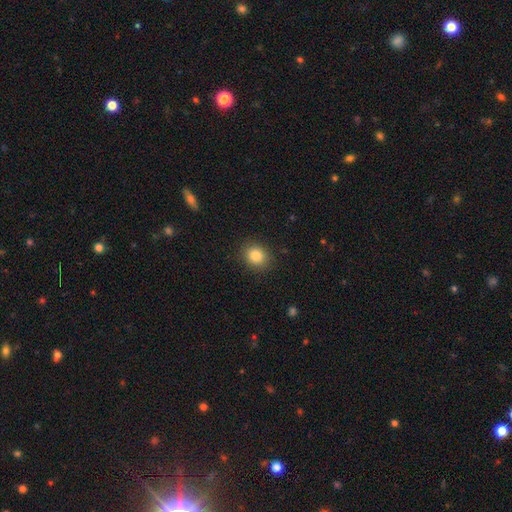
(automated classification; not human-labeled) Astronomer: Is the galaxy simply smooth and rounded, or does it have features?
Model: smooth — 84%.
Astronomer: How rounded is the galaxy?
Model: round — 69%.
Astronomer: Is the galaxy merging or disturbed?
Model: none — 89%.